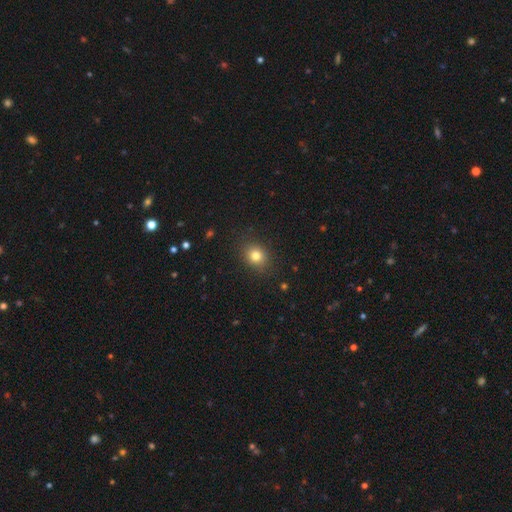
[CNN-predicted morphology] smooth 80%, star or artifact 13%, featured or disk 8%. Down the decision tree: how rounded — round (68%); merging — none (87%).